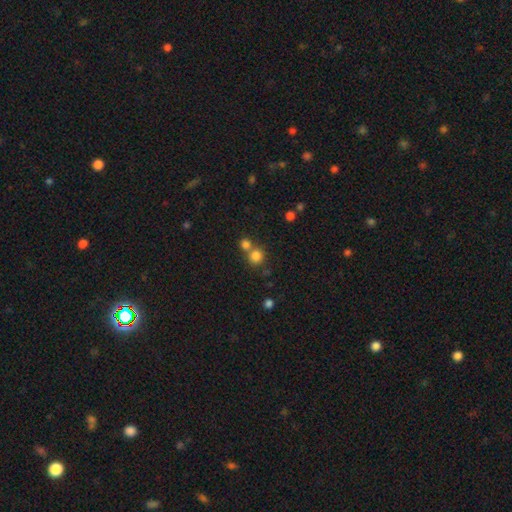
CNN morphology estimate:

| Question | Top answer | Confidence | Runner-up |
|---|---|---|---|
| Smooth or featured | smooth | 80% | star or artifact (13%) |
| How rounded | round | 89% | in between (10%) |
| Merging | none | 55% | merger (35%) |